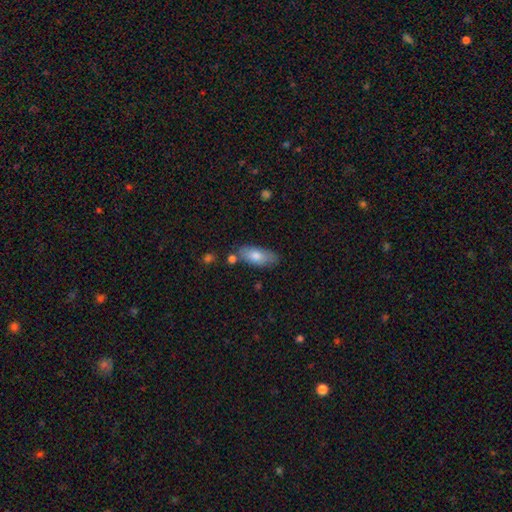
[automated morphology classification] A smooth galaxy with no disk features (75%) that is in between round and cigar-shaped (84%).

Vote fractions:
- Smooth or featured? smooth: 75% / featured or disk: 19% / star or artifact: 6%
- How rounded? in between: 84% / cigar-shaped: 13% / round: 3%
- Merging? none: 73% / minor disturbance: 17% / merger: 7% / major disturbance: 4%